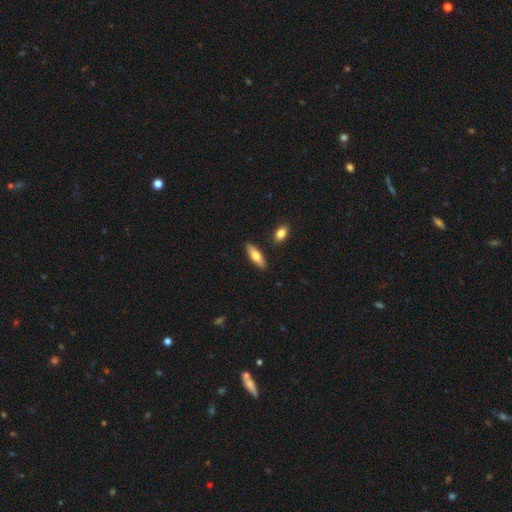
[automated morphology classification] Q: Smooth or featured?
A: smooth (65%); runner-up: featured or disk (29%)
Q: How rounded?
A: in between (54%); runner-up: cigar-shaped (44%)
Q: Merging?
A: none (87%); runner-up: minor disturbance (8%)